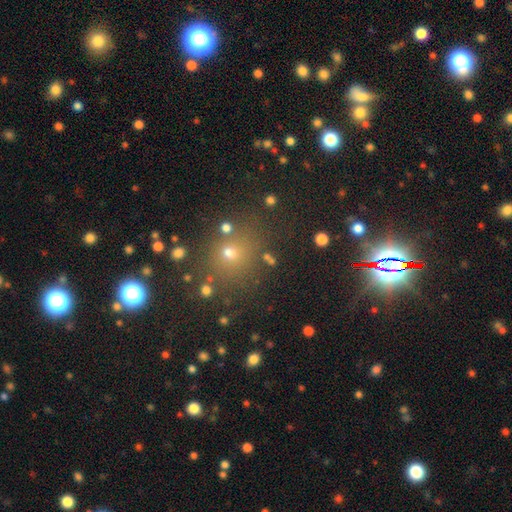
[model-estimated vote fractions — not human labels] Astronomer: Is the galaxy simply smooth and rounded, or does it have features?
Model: star or artifact — 49% (runner-up: smooth, 42%).